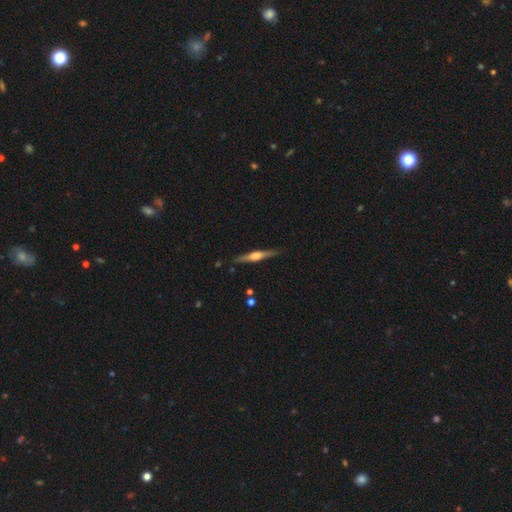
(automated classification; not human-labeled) featured or disk 72%, smooth 23%, star or artifact 5%. Down the decision tree: edge-on disk — yes (98%); edge-on bulge — rounded (86%); merging — none (89%).